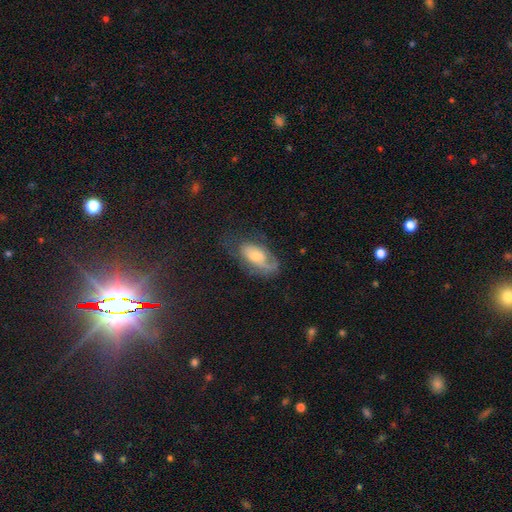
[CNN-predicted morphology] Smooth or featured? Predicted: featured or disk (p=0.50). Merging? Predicted: none (p=0.53).